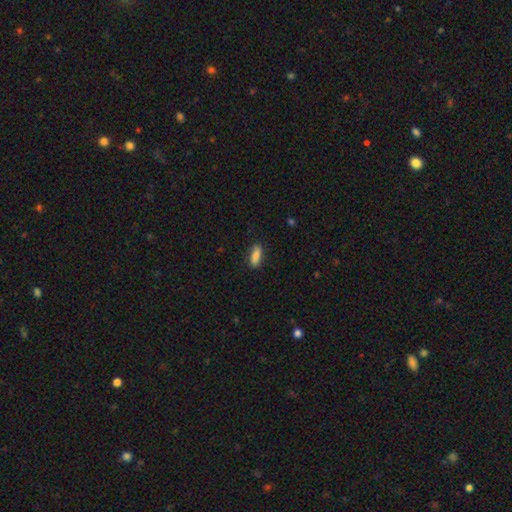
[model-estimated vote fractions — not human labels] smooth_or_featured: smooth (p=0.84) [alt: featured or disk p=0.09]
how_rounded: in between (p=0.64) [alt: cigar-shaped p=0.33]
merging: none (p=0.83) [alt: minor disturbance p=0.13]